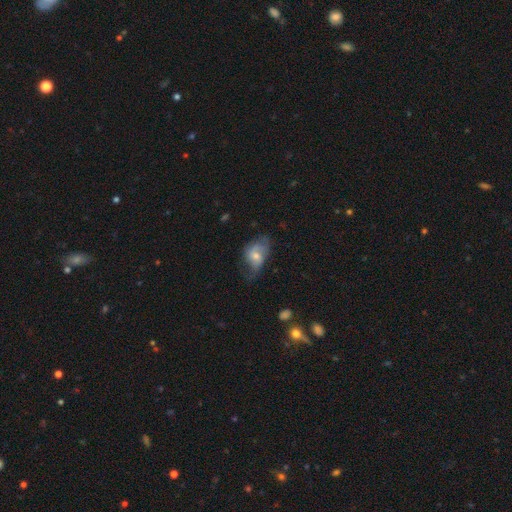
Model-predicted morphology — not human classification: This is possibly a smooth galaxy (50%). How rounded: clearly in between (82%). Merging: marginally none (38%).